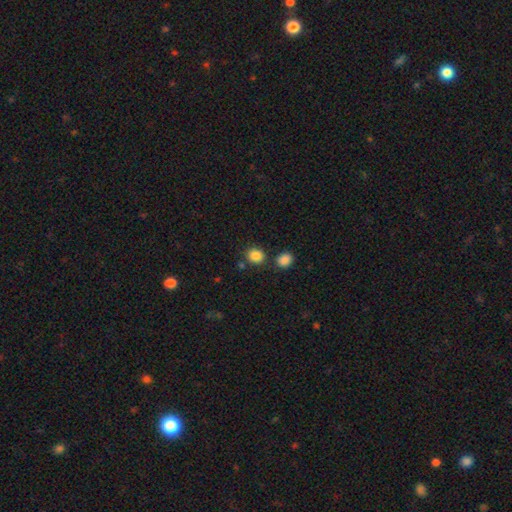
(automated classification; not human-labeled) Smooth or featured? smooth (85%)
How rounded? round (65%)
Merging? none (76%)